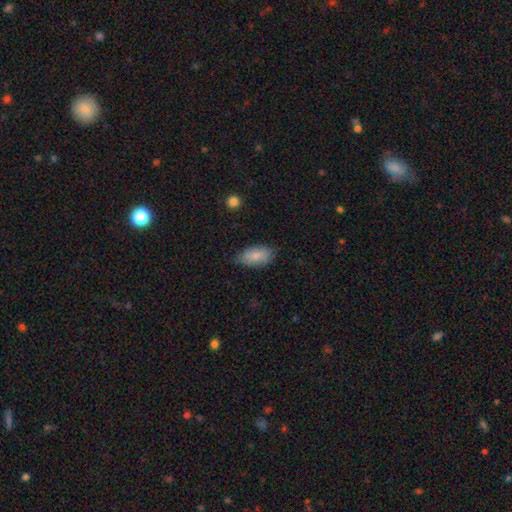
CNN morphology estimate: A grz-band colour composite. It shows a smooth galaxy with no disk features (85%) that is in between round and cigar-shaped (93%). Merging: none (77%).